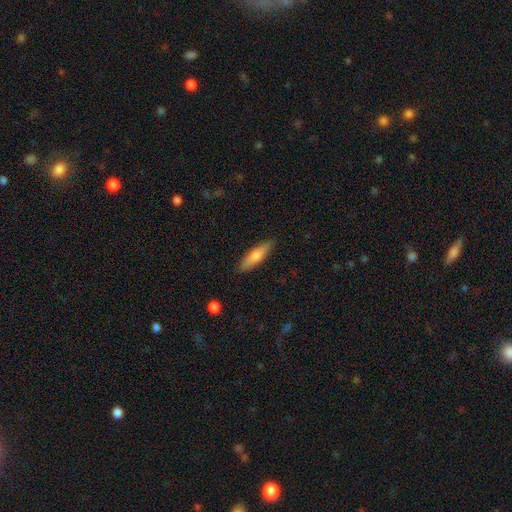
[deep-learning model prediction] Smooth or featured?
  - smooth: 68% *
  - featured or disk: 26%
  - star or artifact: 6%
How rounded?
  - cigar-shaped: 72% *
  - in between: 26%
  - round: 2%
Merging?
  - none: 89% *
  - minor disturbance: 8%
  - major disturbance: 2%
  - merger: 1%